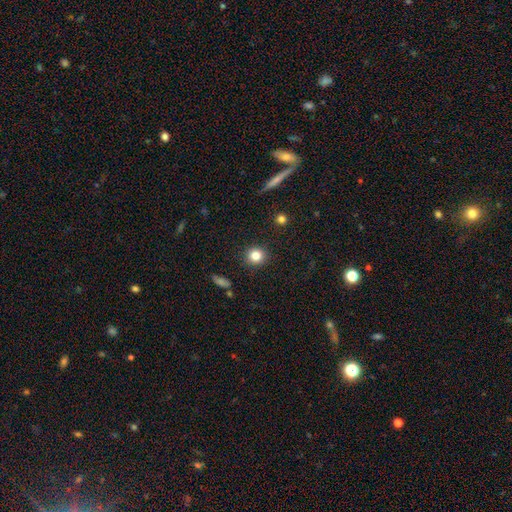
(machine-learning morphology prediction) type=smooth (81%); roundness=round (90%); merging=none (91%).